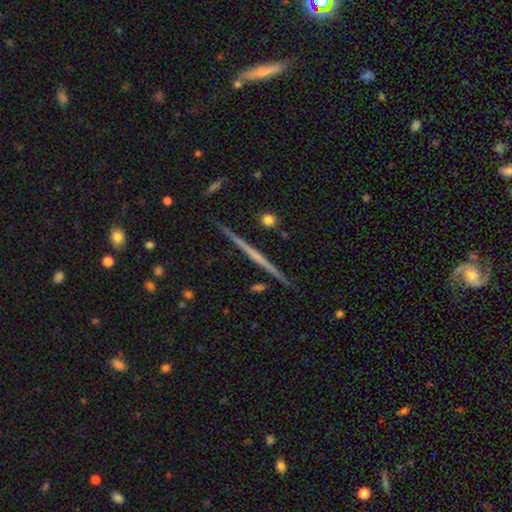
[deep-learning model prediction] This appears to be a featured or disk galaxy (70%) viewed edge-on (98%) with no central bulge (82%). Merging: none (92%).